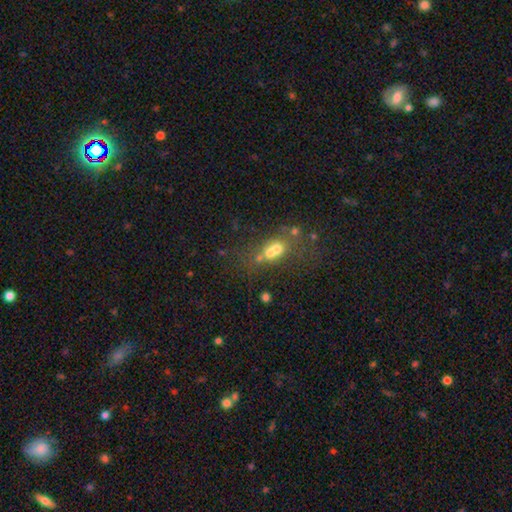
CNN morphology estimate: Smooth or featured? smooth (45%)
Merging? none (56%)